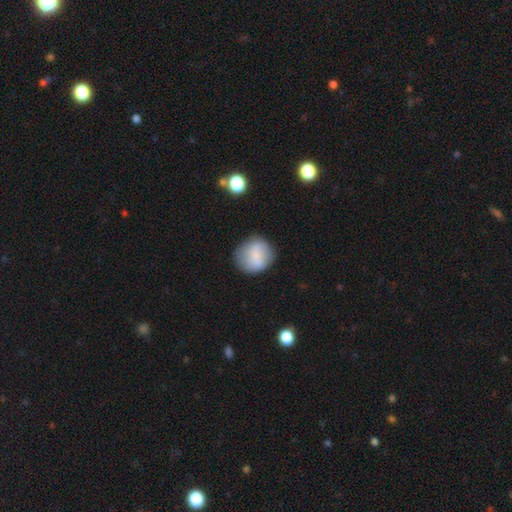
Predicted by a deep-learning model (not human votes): This is likely a smooth galaxy (76%). How rounded: clearly round (82%). Merging: likely none (73%).